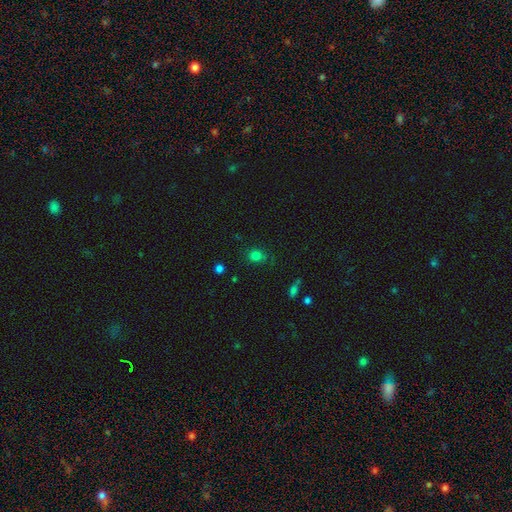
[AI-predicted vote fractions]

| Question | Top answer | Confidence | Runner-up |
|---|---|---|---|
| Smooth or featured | smooth | 78% | star or artifact (17%) |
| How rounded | round | 69% | in between (30%) |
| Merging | none | 77% | minor disturbance (15%) |